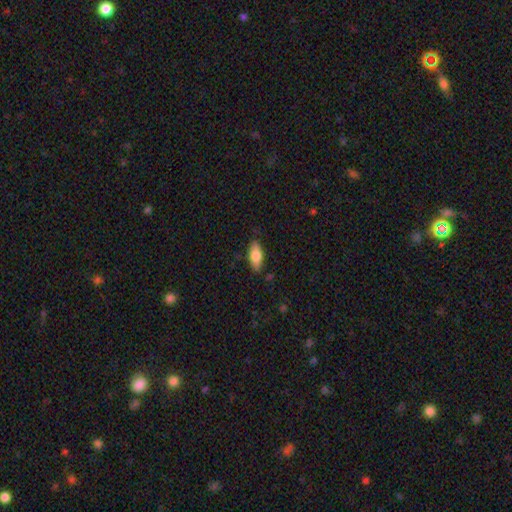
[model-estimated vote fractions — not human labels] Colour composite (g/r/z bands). It shows a smooth galaxy with no disk features (77%) that is in between round and cigar-shaped (79%). Merging: none (84%).